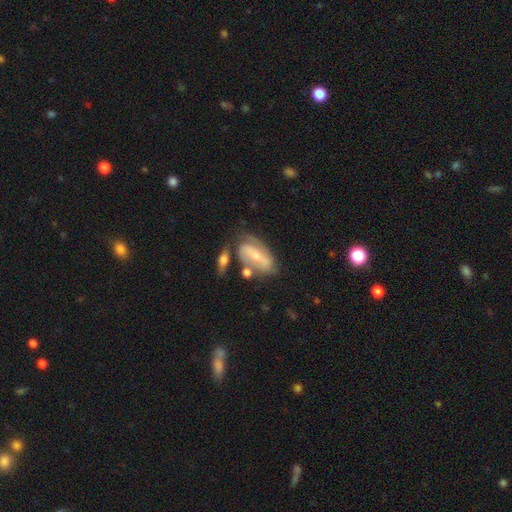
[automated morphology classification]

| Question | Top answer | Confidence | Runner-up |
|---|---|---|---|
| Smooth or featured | featured or disk | 66% | smooth (28%) |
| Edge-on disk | no | 89% | yes (11%) |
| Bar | strong | 47% | weak (29%) |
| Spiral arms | yes | 75% | no (25%) |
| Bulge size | small | 57% | moderate (38%) |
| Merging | none | 51% | minor disturbance (21%) |